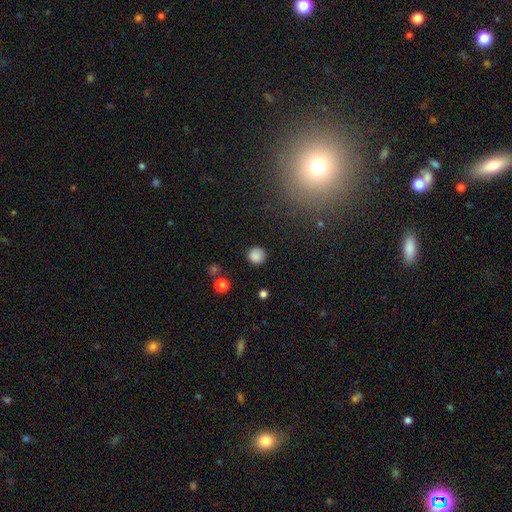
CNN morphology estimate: This appears to be a smooth galaxy with no disk features (85%) that is round (92%). Merging: none (88%).